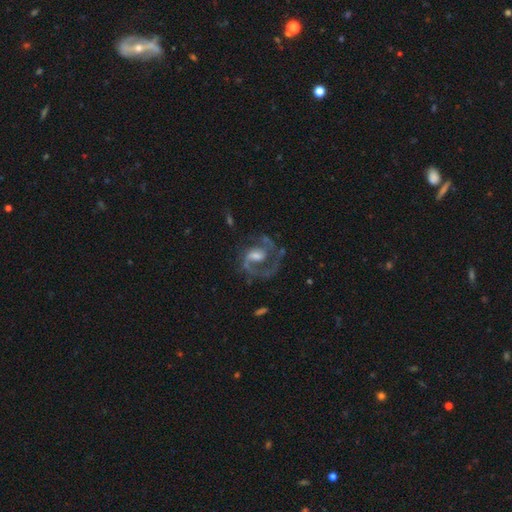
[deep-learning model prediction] A featured or disk galaxy (84%) with a weak bar (47%), 2 (48%) medium (50%) spiral arms (91%) and a moderate central bulge (43%). Merging: none (56%).